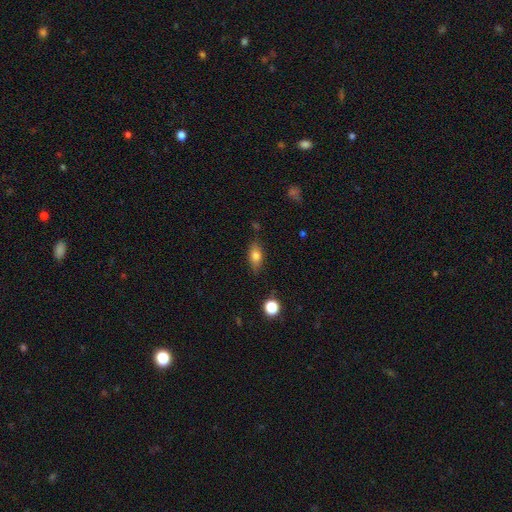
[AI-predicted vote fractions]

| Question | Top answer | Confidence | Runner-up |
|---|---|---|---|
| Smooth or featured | smooth | 74% | featured or disk (17%) |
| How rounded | in between | 81% | cigar-shaped (12%) |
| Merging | none | 80% | minor disturbance (15%) |